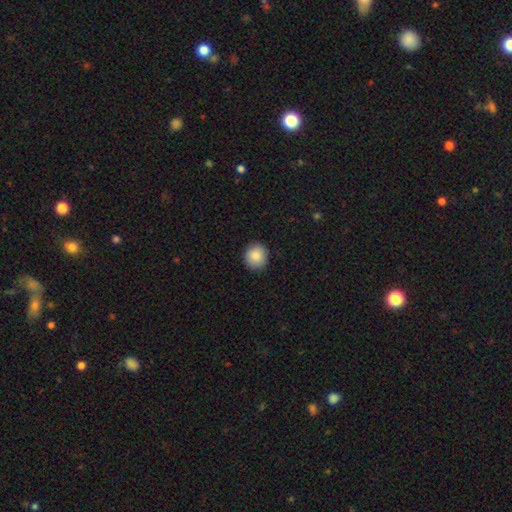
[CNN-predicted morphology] smooth 87%, star or artifact 8%, featured or disk 5%. Down the decision tree: how rounded — round (84%); merging — none (90%).